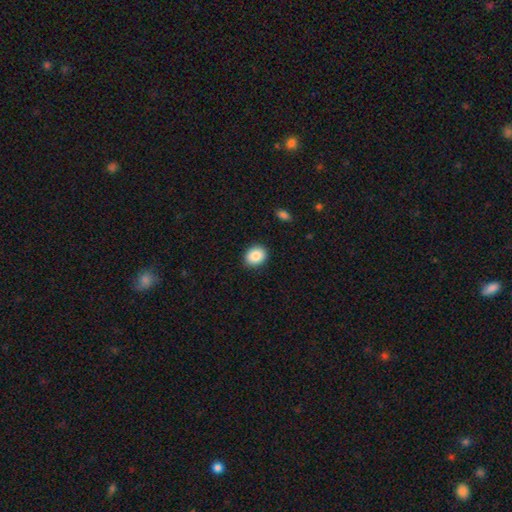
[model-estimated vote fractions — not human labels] The model was most divided on "how rounded": round: 51%, in between: 48%, cigar-shaped: 1%. More confident: merging — none (89%); smooth or featured — smooth (87%).